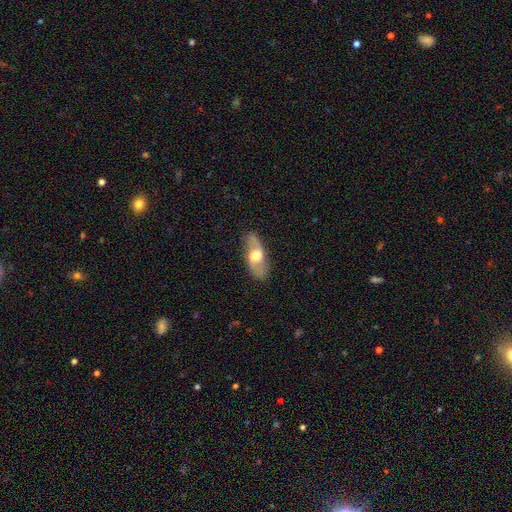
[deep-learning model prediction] Overall: featured or disk (60%; smooth 34%). Edge-on disk: no (83%). Bar: no (50%; weak 37%). Spiral arms: yes (73%). Bulge size: moderate (66%). Merging: none (78%).